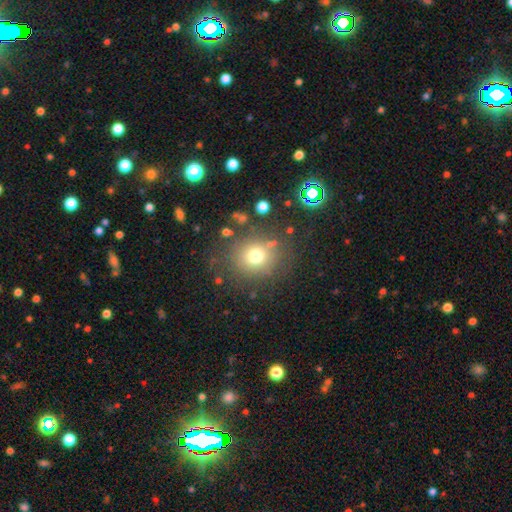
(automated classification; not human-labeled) smooth 72%, star or artifact 17%, featured or disk 11%. Down the decision tree: how rounded — round (86%); merging — none (79%).